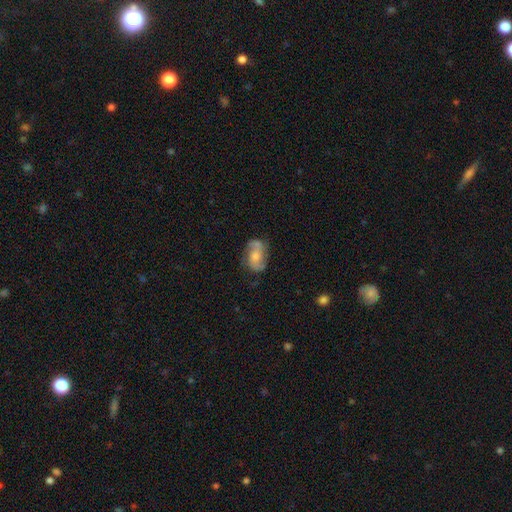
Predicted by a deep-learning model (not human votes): A featured or disk galaxy (62%) with no bar (63%), 2 (83%) medium (45%) spiral arms (85%) and a moderate central bulge (41%). Merging: none (61%).